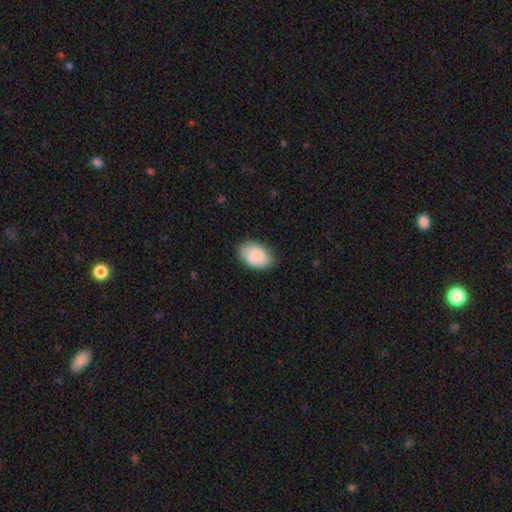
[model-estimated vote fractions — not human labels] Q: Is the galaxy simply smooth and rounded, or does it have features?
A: smooth — 84%.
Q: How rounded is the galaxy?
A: in between — 89%.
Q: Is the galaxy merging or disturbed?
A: none — 81%.